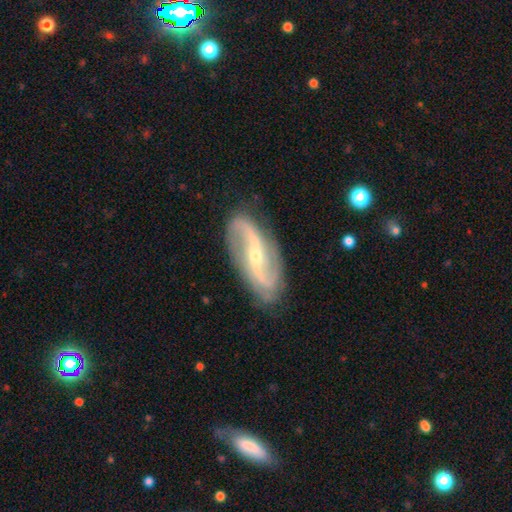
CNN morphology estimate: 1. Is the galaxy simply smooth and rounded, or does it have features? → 87% featured or disk, 7% smooth, 5% star or artifact.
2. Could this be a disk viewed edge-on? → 93% no, 7% yes.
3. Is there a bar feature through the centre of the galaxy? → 39% strong, 33% weak, 28% no.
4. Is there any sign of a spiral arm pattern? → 95% yes, 5% no.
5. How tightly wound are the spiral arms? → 55% loose, 31% medium, 14% tight.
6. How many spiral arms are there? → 92% 2, 3% can't tell, 1% 1, 1% 3, 1% 4, 1% more than 4.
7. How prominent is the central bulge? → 66% small, 30% moderate, 1% none, 1% large, 1% dominant.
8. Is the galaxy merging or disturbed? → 84% none, 11% minor disturbance, 3% major disturbance, 1% merger.